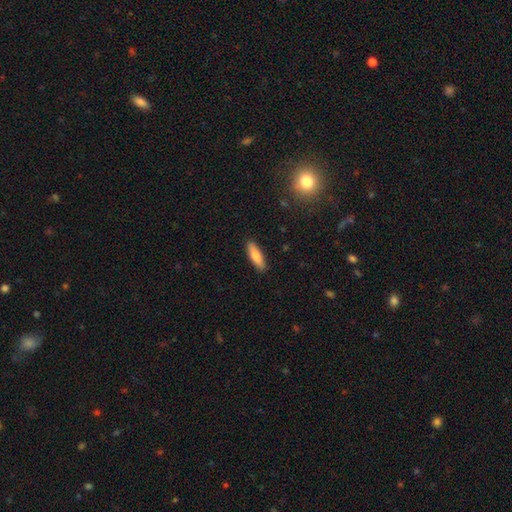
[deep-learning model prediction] Q: Smooth or featured?
A: smooth (79%); runner-up: featured or disk (15%)
Q: How rounded?
A: cigar-shaped (60%); runner-up: in between (38%)
Q: Merging?
A: none (89%); runner-up: minor disturbance (8%)